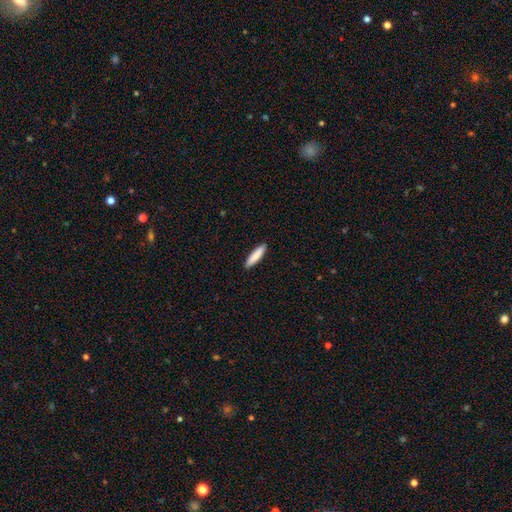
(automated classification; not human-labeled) smooth 86%, featured or disk 8%, star or artifact 6%. Down the decision tree: how rounded — cigar-shaped (80%); merging — none (91%).